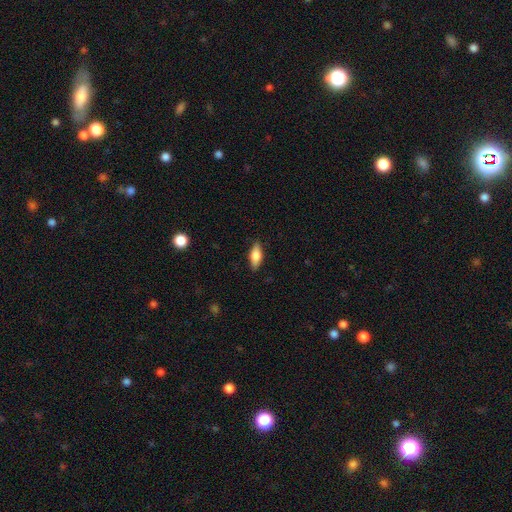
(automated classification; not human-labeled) Overall: smooth (68%). How rounded: in between (75%). Merging: none (86%).